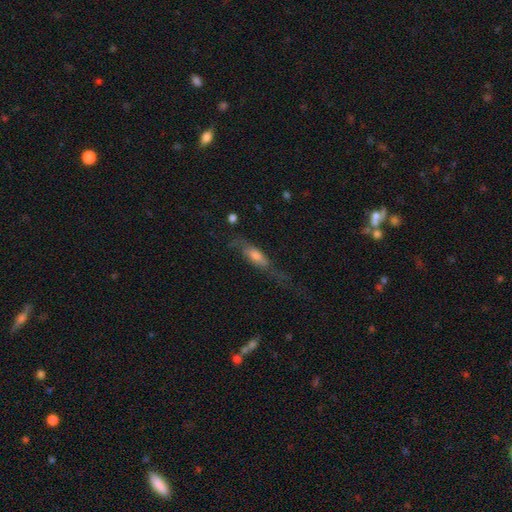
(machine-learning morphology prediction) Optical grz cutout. It shows a featured or disk galaxy (47%). Merging: none (40%).